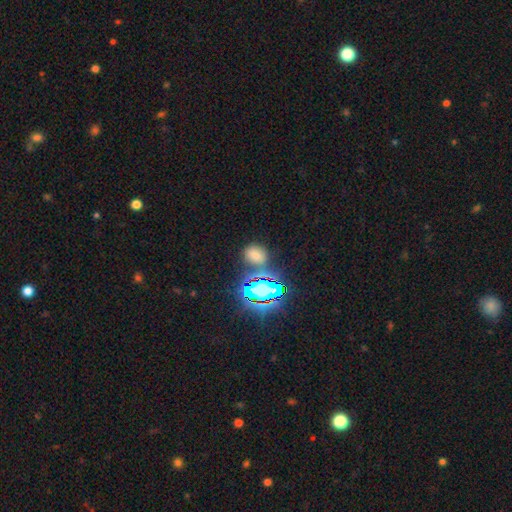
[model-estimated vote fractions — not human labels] smooth-or-featured: smooth: 58% | star or artifact: 33% | featured or disk: 9%
  how-rounded: in between: 52% | round: 46% | cigar-shaped: 2%
  merging: none: 73% | minor disturbance: 13% | merger: 9% | major disturbance: 5%